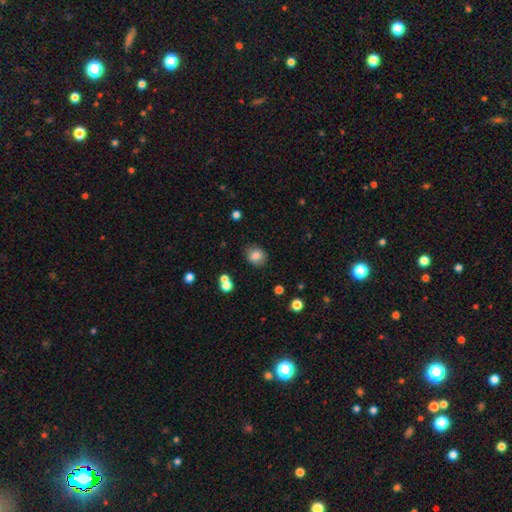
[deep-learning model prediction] smooth 81%, star or artifact 10%, featured or disk 9%. Down the decision tree: how rounded — round (65%); merging — none (84%).